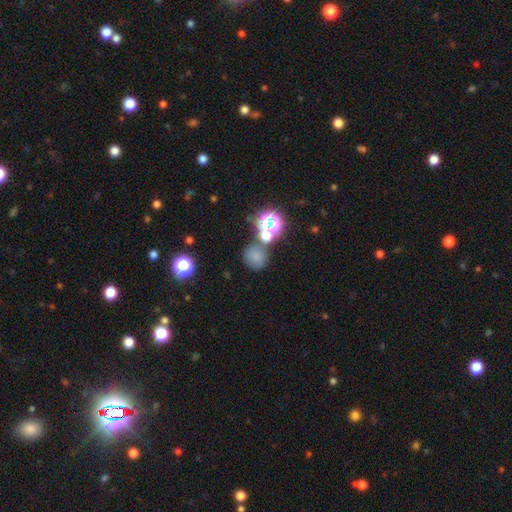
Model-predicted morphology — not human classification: type=smooth (69%); roundness=round (88%); merging=none (64%).